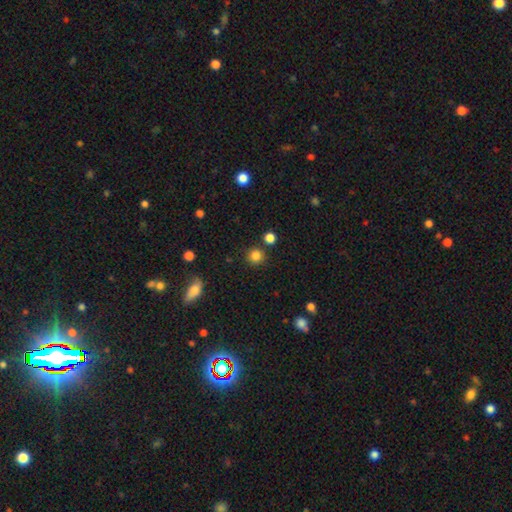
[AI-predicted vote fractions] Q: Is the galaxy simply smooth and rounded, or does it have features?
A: smooth — 83%.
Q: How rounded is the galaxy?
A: round — 92%.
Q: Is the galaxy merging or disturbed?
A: none — 86%.